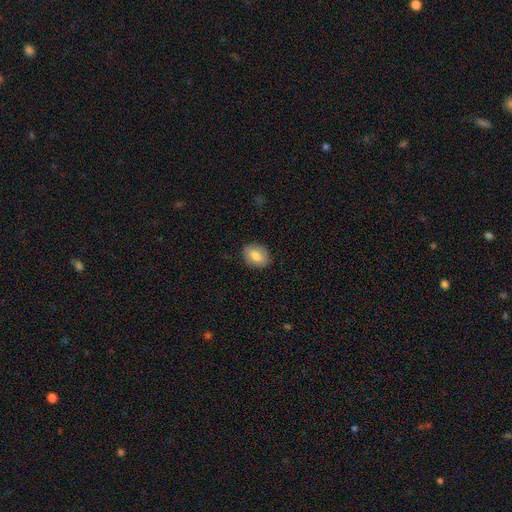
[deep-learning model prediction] Smooth or featured? smooth (73%)
How rounded? in between (59%)
Merging? none (85%)